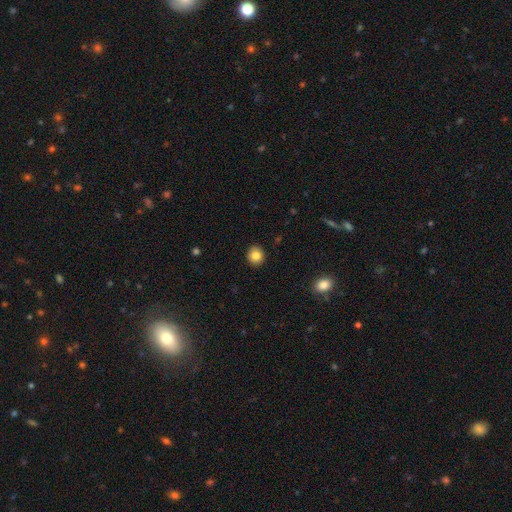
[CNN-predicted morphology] Smooth or featured? Predicted: smooth (p=0.83). How rounded? Predicted: round (p=0.81). Merging? Predicted: none (p=0.91).